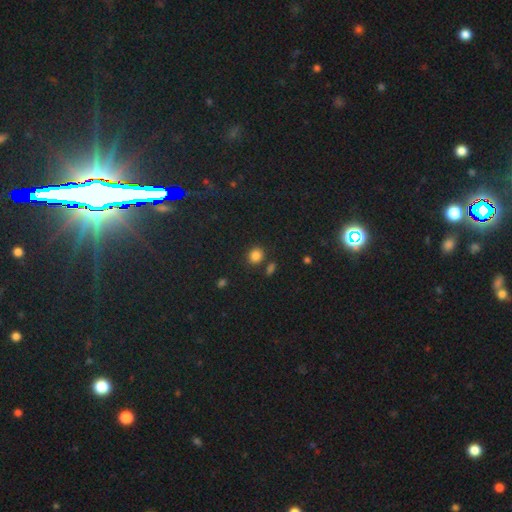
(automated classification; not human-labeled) Smooth or featured?
  - smooth: 82% *
  - star or artifact: 13%
  - featured or disk: 5%
How rounded?
  - round: 76% *
  - in between: 23%
  - cigar-shaped: 1%
Merging?
  - none: 78% *
  - minor disturbance: 10%
  - merger: 9%
  - major disturbance: 3%